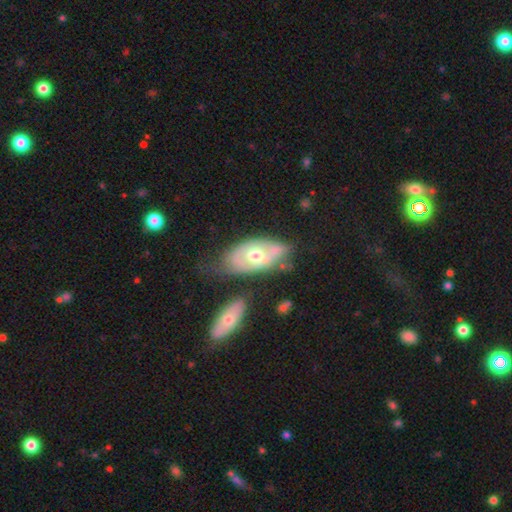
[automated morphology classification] Q: Smooth or featured?
A: featured or disk (57%); runner-up: smooth (37%)
Q: Edge-on disk?
A: no (87%); runner-up: yes (13%)
Q: Merging?
A: none (52%); runner-up: minor disturbance (26%)